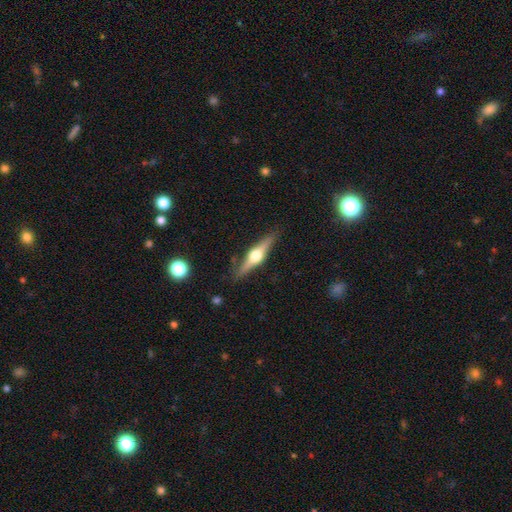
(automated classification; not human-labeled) Overall: featured or disk (72%). Edge-on disk: yes (97%). Edge-on bulge: rounded (96%). Merging: none (86%).